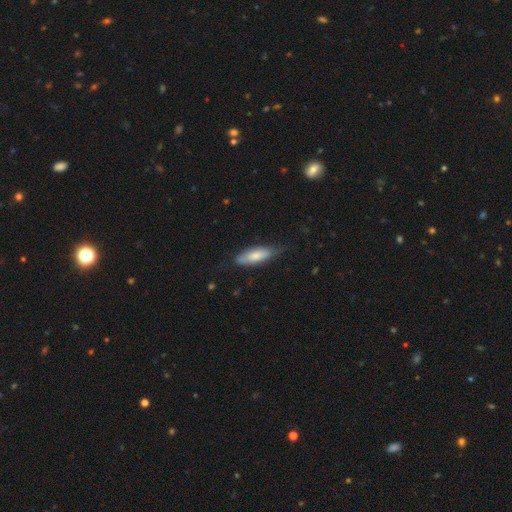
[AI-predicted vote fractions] A smooth galaxy with no disk features (74%) that is in between round and cigar-shaped (64%). Merging: none (65%).